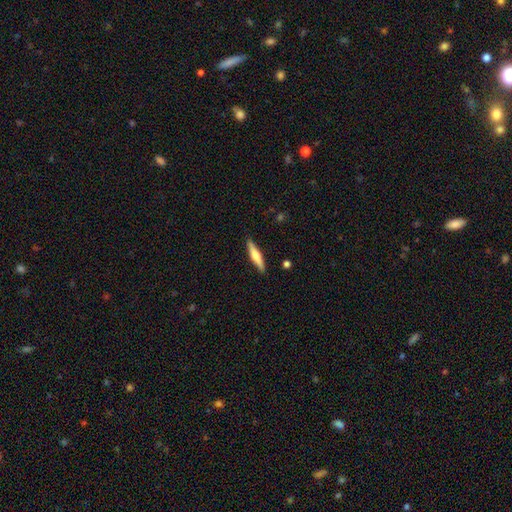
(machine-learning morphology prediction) type=smooth (54%); roundness=cigar-shaped (85%); merging=none (89%).